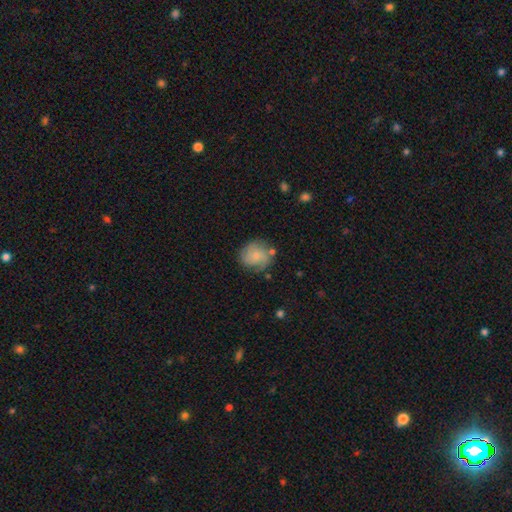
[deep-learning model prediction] Smooth or featured: smooth — 50% (featured or disk — 42%)
Merging: none — 66% (minor disturbance — 20%)